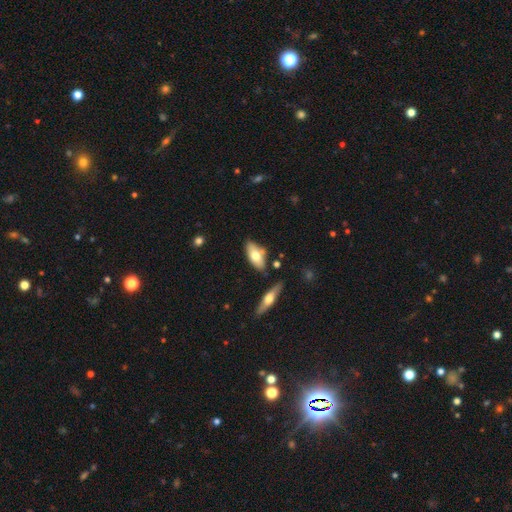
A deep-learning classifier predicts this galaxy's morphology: smooth 66%, featured or disk 28%, star or artifact 6%. Down the decision tree: how rounded — in between (83%); merging — none (71%).